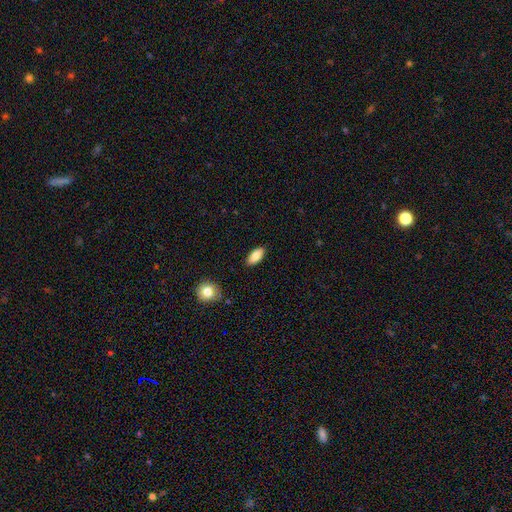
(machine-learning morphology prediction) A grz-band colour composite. It shows a smooth galaxy with no disk features (83%) that is in between round and cigar-shaped (88%). Merging: none (88%).